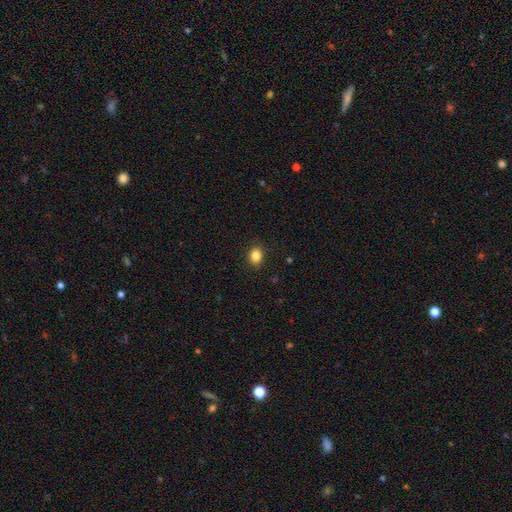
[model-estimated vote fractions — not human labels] smooth-or-featured: smooth: 86% | star or artifact: 10% | featured or disk: 4%
  how-rounded: in between: 56% | round: 42% | cigar-shaped: 1%
  merging: none: 89% | minor disturbance: 8% | major disturbance: 2% | merger: 1%